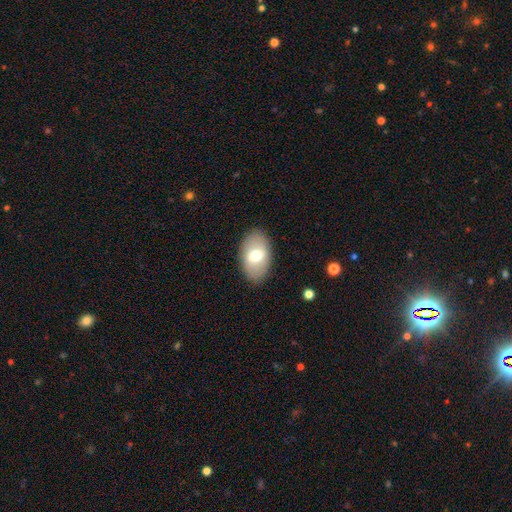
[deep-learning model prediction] smooth-or-featured: smooth: 65% | featured or disk: 28% | star or artifact: 7%
  how-rounded: in between: 90% | round: 8% | cigar-shaped: 1%
  merging: none: 87% | minor disturbance: 9% | major disturbance: 3% | merger: 1%